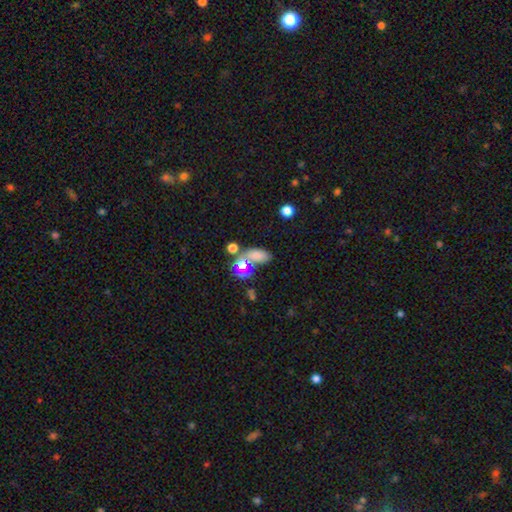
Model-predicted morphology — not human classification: A smooth galaxy with no disk features (71%) that is in between round and cigar-shaped (84%).

Vote fractions:
- Smooth or featured? smooth: 71% / star or artifact: 19% / featured or disk: 10%
- How rounded? in between: 84% / round: 12% / cigar-shaped: 5%
- Merging? none: 46% / merger: 29% / minor disturbance: 15% / major disturbance: 10%